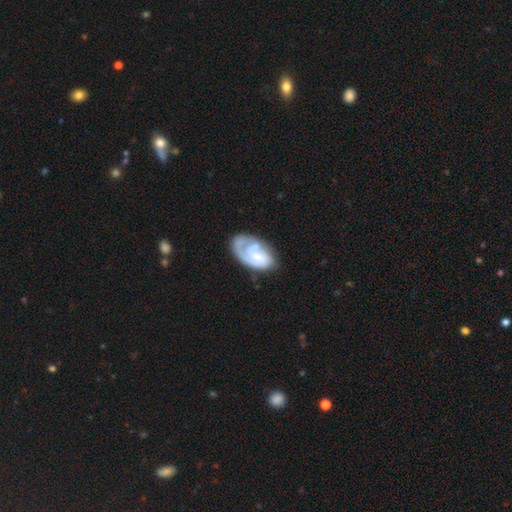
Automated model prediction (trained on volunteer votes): Smooth or featured: featured or disk — 68% (smooth — 26%)
Edge-on disk: no — 97% (yes — 3%)
Bar: no — 64% (weak — 30%)
Spiral arms: yes — 88% (no — 12%)
Spiral winding: tight — 57% (medium — 31%)
Spiral arm count: 1 — 44% (2 — 26%)
Bulge size: small — 46% (none — 26%)
Merging: none — 57% (minor disturbance — 24%)